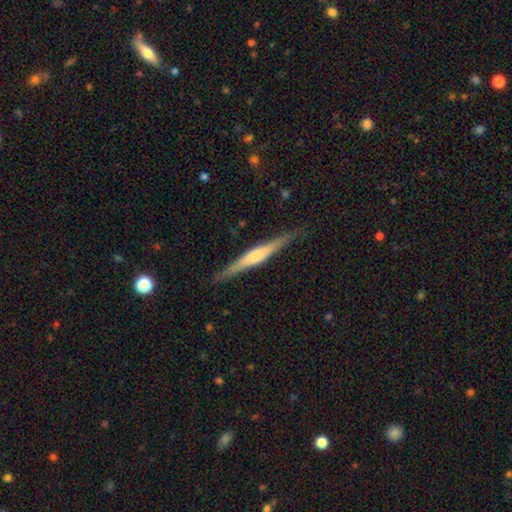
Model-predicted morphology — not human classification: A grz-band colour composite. It shows a featured or disk galaxy (65%) viewed edge-on (97%) with a rounded central bulge (64%). Merging: none (88%).